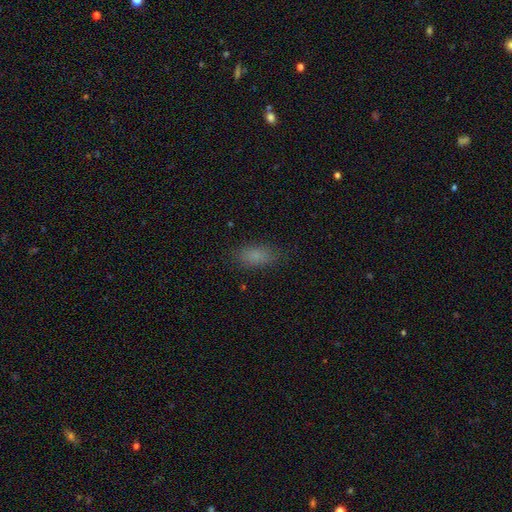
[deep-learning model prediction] smooth-or-featured: smooth: 81% | star or artifact: 12% | featured or disk: 8%
  how-rounded: in between: 86% | cigar-shaped: 9% | round: 5%
  merging: none: 79% | minor disturbance: 15% | major disturbance: 5% | merger: 1%